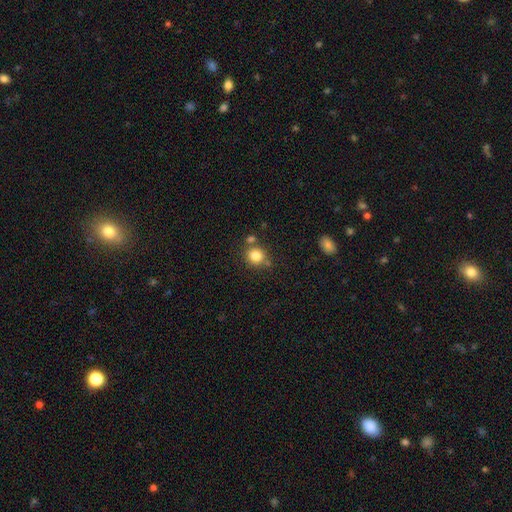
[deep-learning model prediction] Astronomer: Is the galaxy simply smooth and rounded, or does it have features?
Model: smooth — 83%.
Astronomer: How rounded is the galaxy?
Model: round — 85%.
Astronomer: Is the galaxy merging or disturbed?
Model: none — 69%.